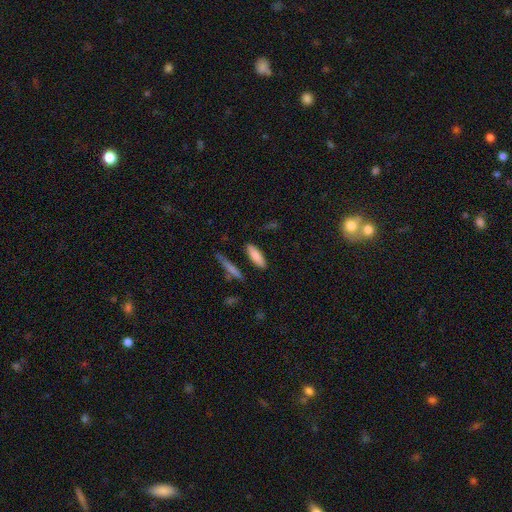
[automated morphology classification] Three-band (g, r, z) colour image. It shows a smooth galaxy with no disk features (82%) that is cigar-shaped (49%, tied with in between). Merging: none (84%).